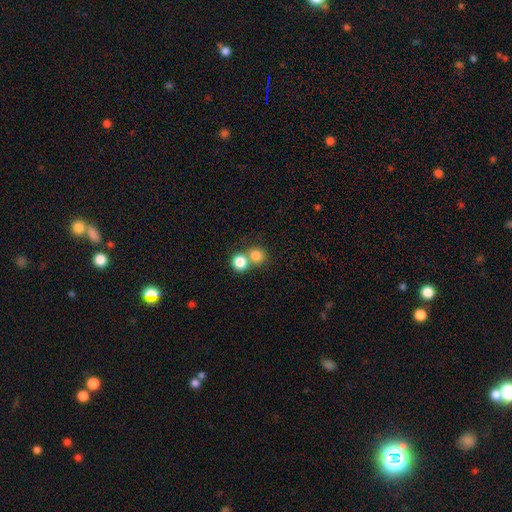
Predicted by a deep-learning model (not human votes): smooth 81%, star or artifact 11%, featured or disk 8%. Down the decision tree: how rounded — round (85%); merging — none (47%).